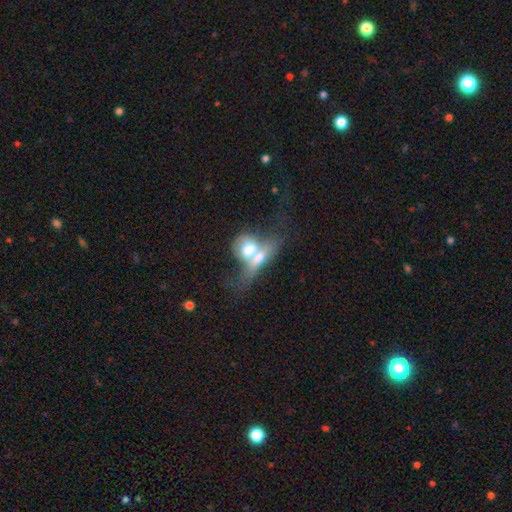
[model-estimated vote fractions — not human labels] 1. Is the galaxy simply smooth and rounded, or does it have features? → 56% smooth, 37% featured or disk, 7% star or artifact.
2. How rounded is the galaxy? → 55% in between, 36% round, 10% cigar-shaped.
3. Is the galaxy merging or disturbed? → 79% merger, 8% major disturbance, 8% none, 5% minor disturbance.